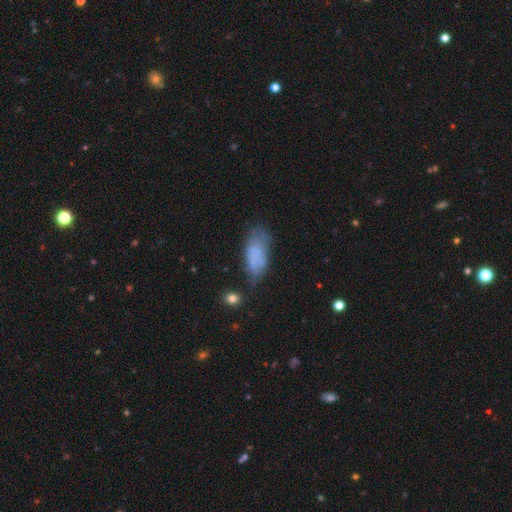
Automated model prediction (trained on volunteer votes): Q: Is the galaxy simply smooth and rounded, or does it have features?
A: smooth — 63%.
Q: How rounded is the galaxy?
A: in between — 86%.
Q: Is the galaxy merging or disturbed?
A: none — 50%.